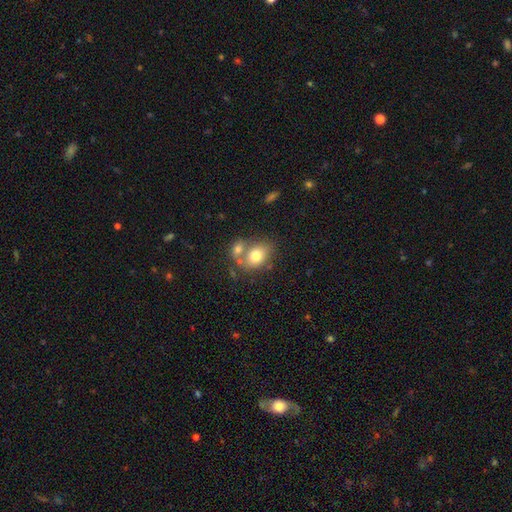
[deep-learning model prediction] smooth-or-featured: smooth: 75% | featured or disk: 16% | star or artifact: 9%
  how-rounded: in between: 69% | round: 30% | cigar-shaped: 1%
  merging: none: 44% | merger: 38% | minor disturbance: 13% | major disturbance: 5%